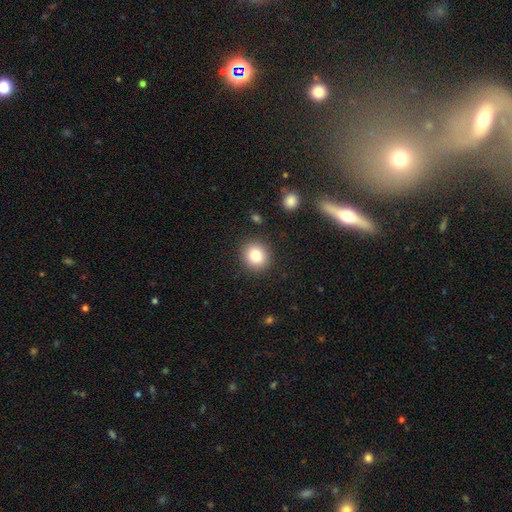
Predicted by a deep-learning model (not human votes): Overall: smooth (80%). How rounded: round (86%). Merging: none (89%).